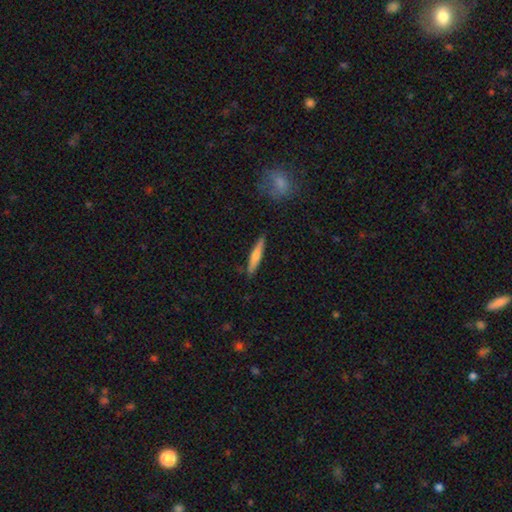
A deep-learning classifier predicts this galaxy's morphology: Smooth or featured? smooth (59%)
How rounded? cigar-shaped (90%)
Merging? none (88%)